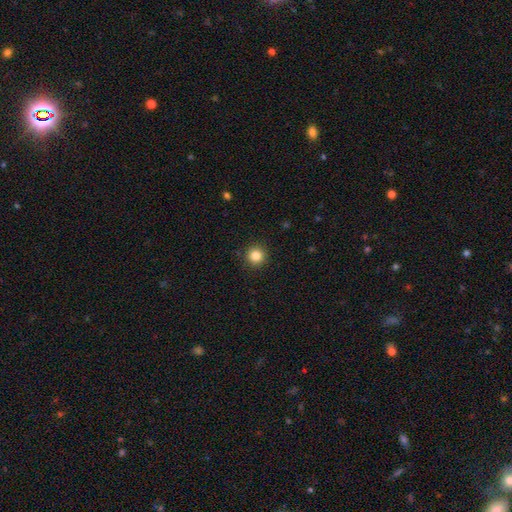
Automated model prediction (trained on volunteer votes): Q: Smooth or featured?
A: smooth (84%); runner-up: star or artifact (11%)
Q: How rounded?
A: round (95%); runner-up: in between (4%)
Q: Merging?
A: none (92%); runner-up: minor disturbance (5%)